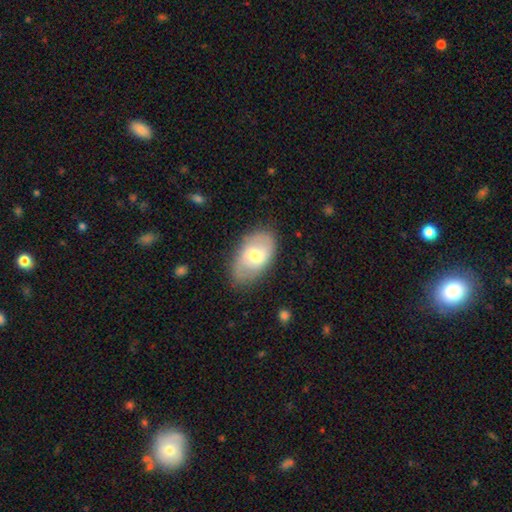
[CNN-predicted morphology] Smooth or featured? Predicted: smooth (p=0.50). Merging? Predicted: none (p=0.78).